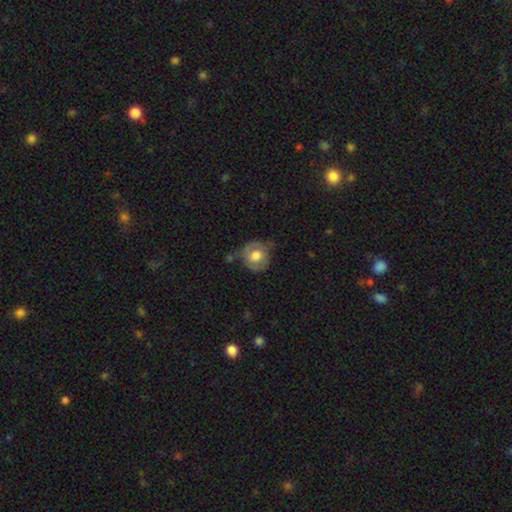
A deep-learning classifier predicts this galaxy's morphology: A smooth galaxy with no disk features (57%) that is round (80%). Merging: none (53%).